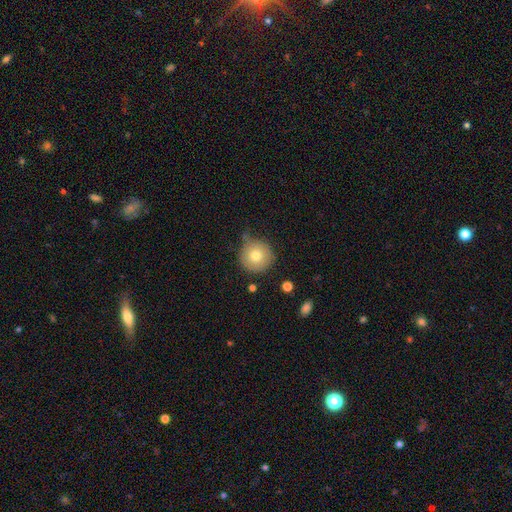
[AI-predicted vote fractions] Smooth or featured?
  - smooth: 76% *
  - featured or disk: 14%
  - star or artifact: 10%
How rounded?
  - round: 96% *
  - in between: 3%
  - cigar-shaped: 1%
Merging?
  - none: 73% *
  - minor disturbance: 18%
  - merger: 5%
  - major disturbance: 4%